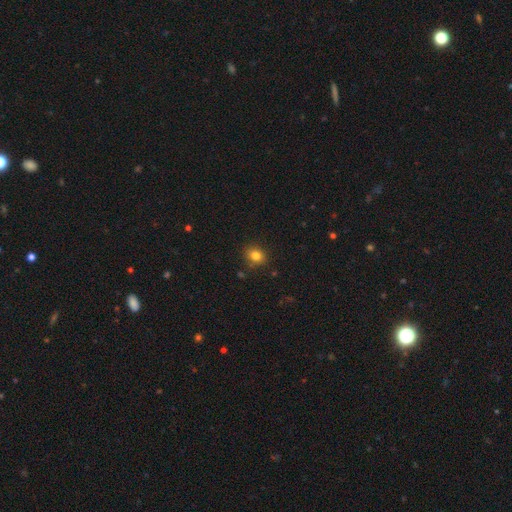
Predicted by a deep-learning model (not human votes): Overall: smooth (81%). How rounded: round (58%; in between 41%). Merging: none (84%).